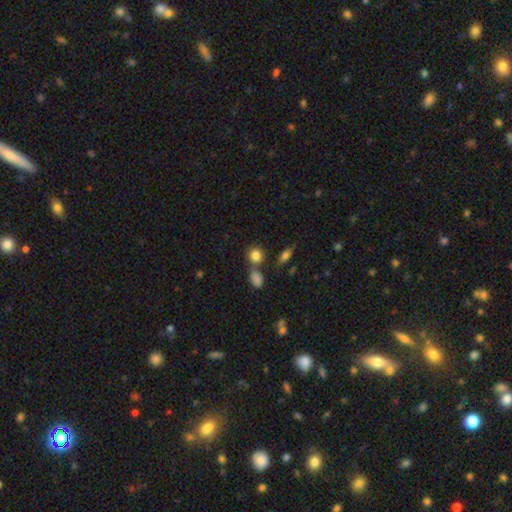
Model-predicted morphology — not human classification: Smooth or featured?
  - smooth: 83% *
  - star or artifact: 10%
  - featured or disk: 8%
How rounded?
  - round: 78% *
  - in between: 20%
  - cigar-shaped: 2%
Merging?
  - none: 61% *
  - merger: 24%
  - minor disturbance: 11%
  - major disturbance: 4%